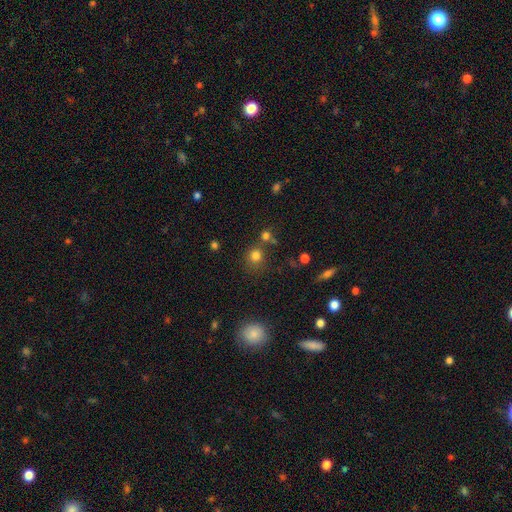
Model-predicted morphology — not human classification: type=smooth (76%); roundness=round (87%); merging=none (69%).